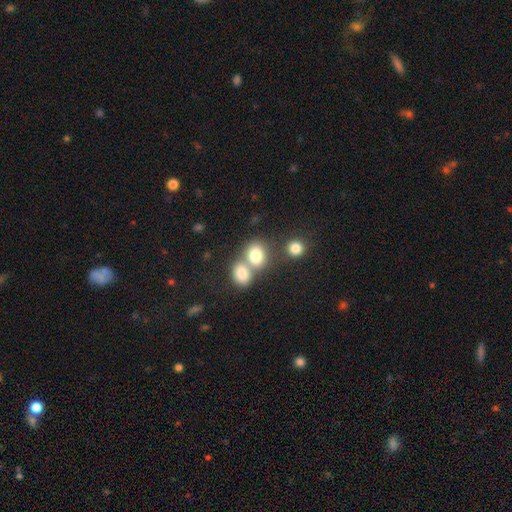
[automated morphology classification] This appears to be a smooth galaxy with no disk features (80%) that is round (55%). Merging: merger (50%).